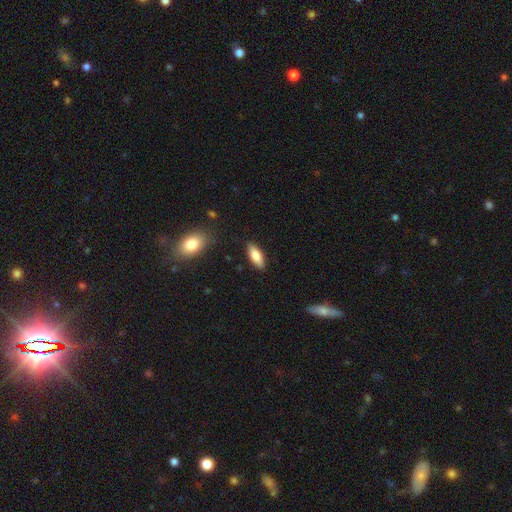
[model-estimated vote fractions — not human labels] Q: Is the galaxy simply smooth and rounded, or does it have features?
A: smooth — 80%.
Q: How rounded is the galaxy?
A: in between — 71%.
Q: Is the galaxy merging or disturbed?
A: none — 87%.